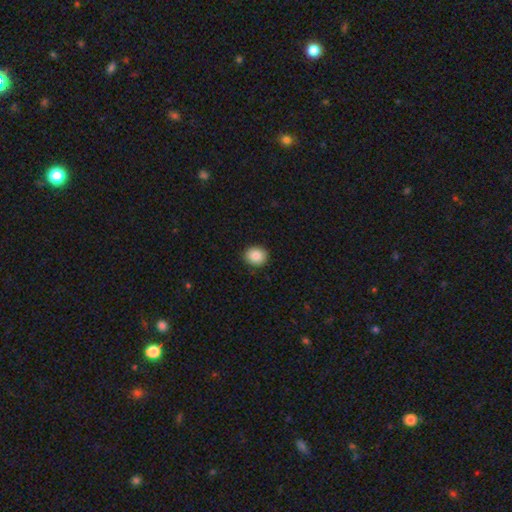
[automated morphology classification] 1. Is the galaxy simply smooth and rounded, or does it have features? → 88% smooth, 8% star or artifact, 4% featured or disk.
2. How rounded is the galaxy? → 70% round, 29% in between, 1% cigar-shaped.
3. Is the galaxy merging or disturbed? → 91% none, 7% minor disturbance, 2% major disturbance, 1% merger.